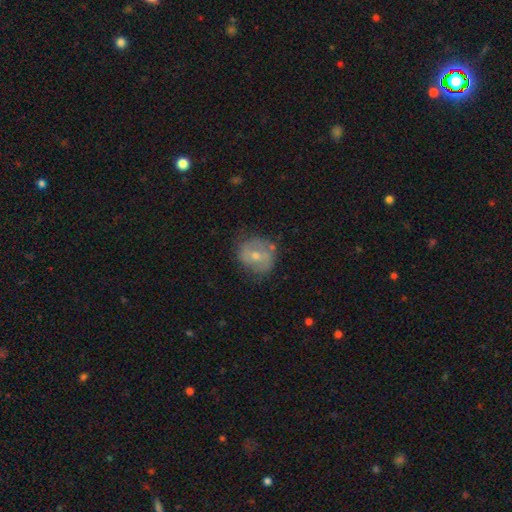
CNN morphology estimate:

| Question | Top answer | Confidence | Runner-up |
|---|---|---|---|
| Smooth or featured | featured or disk | 50% | smooth (43%) |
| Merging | none | 66% | minor disturbance (22%) |